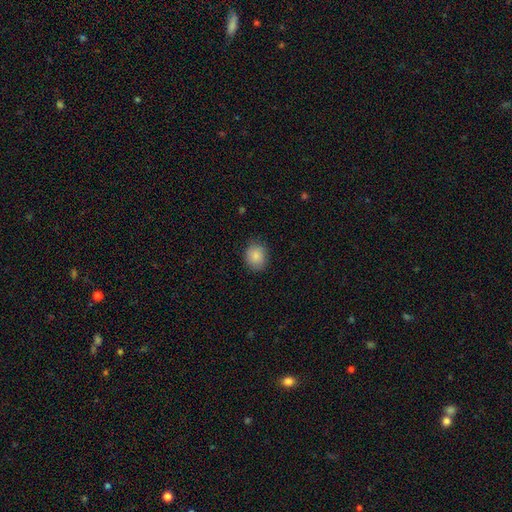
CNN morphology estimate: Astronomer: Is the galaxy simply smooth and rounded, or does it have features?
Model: smooth — 86%.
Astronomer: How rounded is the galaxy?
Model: round — 65%.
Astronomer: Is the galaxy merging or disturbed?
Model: none — 84%.